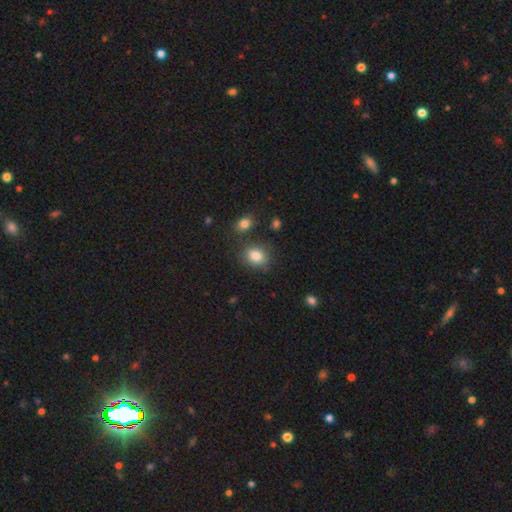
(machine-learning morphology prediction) Smooth or featured: smooth — 84% (star or artifact — 9%)
How rounded: in between — 50% (round — 49%)
Merging: none — 74% (minor disturbance — 14%)